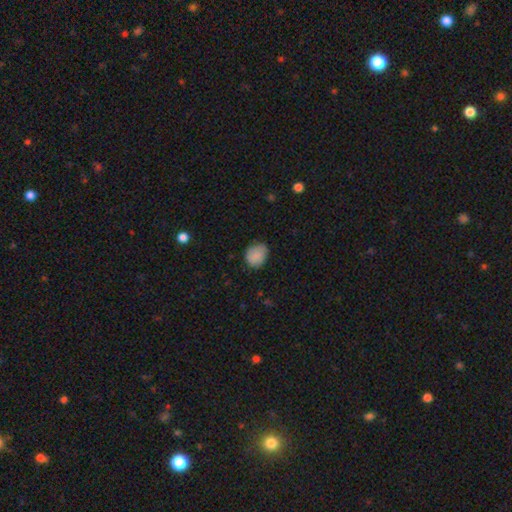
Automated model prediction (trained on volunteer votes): This appears to be a smooth galaxy with no disk features (86%) that is round (58%). Merging: none (74%).